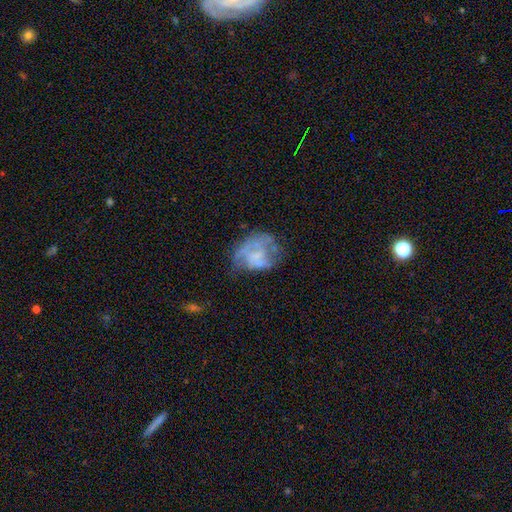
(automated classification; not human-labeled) Smooth or featured: featured or disk — 58% (smooth — 32%)
Edge-on disk: no — 98% (yes — 2%)
Bar: no — 79% (weak — 17%)
Spiral arms: no — 63% (yes — 37%)
Bulge size: none — 60% (small — 18%)
Merging: none — 39% (major disturbance — 30%)